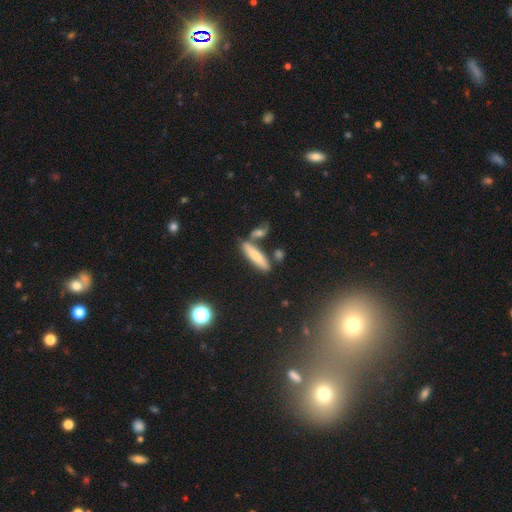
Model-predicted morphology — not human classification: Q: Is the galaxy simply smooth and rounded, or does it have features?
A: smooth — 67%.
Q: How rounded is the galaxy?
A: cigar-shaped — 72%.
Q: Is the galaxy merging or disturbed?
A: none — 66%.